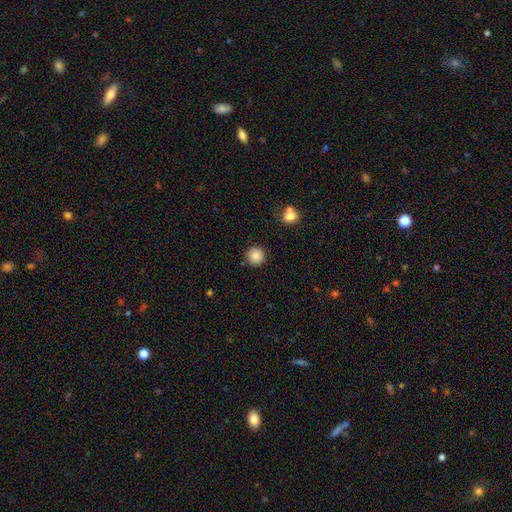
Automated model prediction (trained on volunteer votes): smooth_or_featured: smooth (p=0.86) [alt: star or artifact p=0.10]
how_rounded: round (p=0.95) [alt: in between p=0.04]
merging: none (p=0.89) [alt: minor disturbance p=0.06]